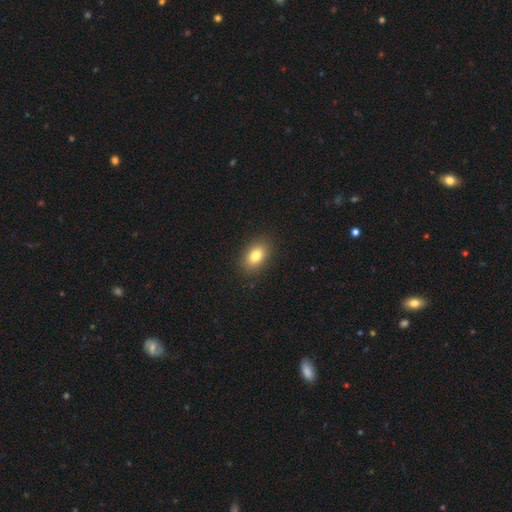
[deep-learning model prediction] Smooth or featured? Predicted: smooth (p=0.82). How rounded? Predicted: in between (p=0.86). Merging? Predicted: none (p=0.88).